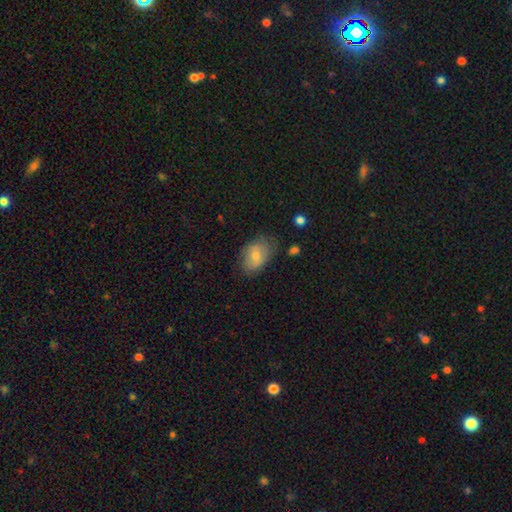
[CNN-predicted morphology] This appears to be a smooth galaxy with no disk features (64%) that is in between round and cigar-shaped (84%). Merging: none (68%).